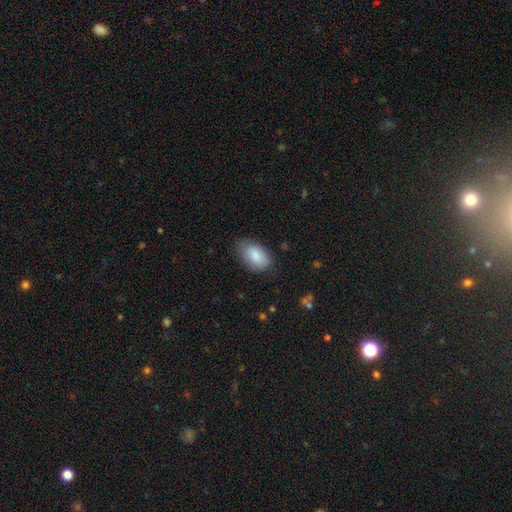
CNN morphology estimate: Q: Smooth or featured?
A: smooth (87%); runner-up: featured or disk (8%)
Q: How rounded?
A: in between (93%); runner-up: round (6%)
Q: Merging?
A: none (74%); runner-up: minor disturbance (21%)